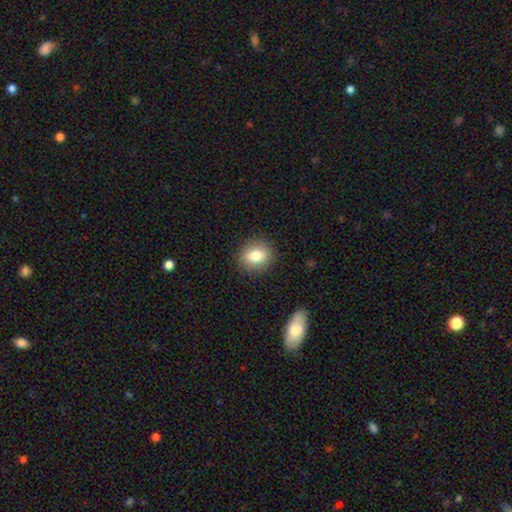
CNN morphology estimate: smooth_or_featured: smooth (p=0.78) [alt: featured or disk p=0.12]
how_rounded: round (p=0.69) [alt: in between p=0.29]
merging: none (p=0.89) [alt: minor disturbance p=0.07]